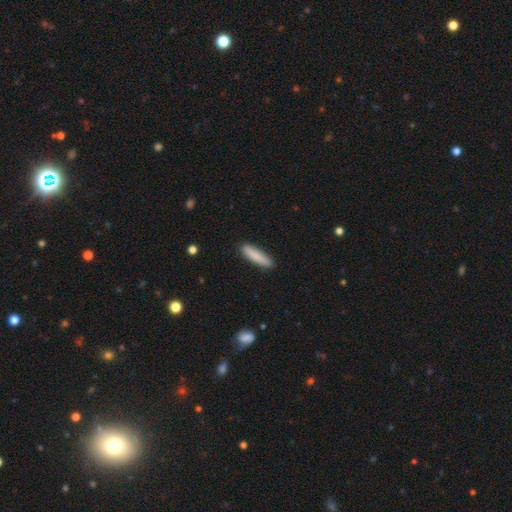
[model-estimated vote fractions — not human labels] Overall: smooth (84%). How rounded: cigar-shaped (82%). Merging: none (88%).